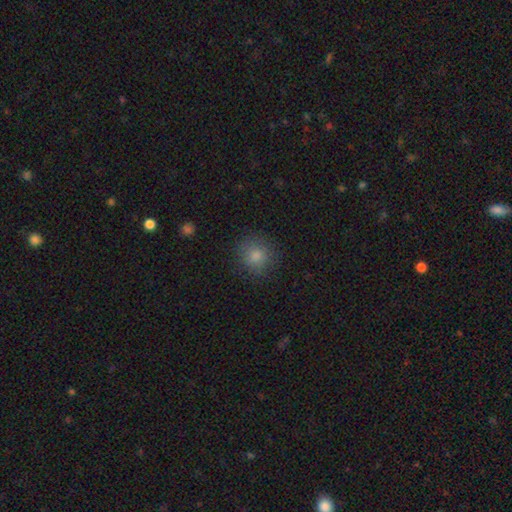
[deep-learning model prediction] This appears to be a smooth galaxy with no disk features (80%) that is round (89%). Merging: none (88%).